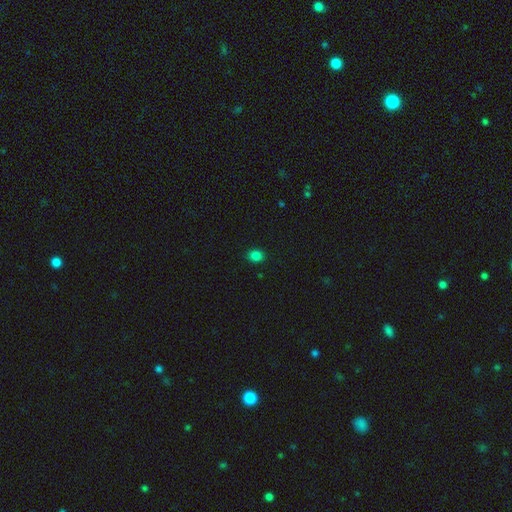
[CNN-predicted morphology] Overall: smooth (83%). How rounded: round (57%; in between 42%). Merging: none (90%).